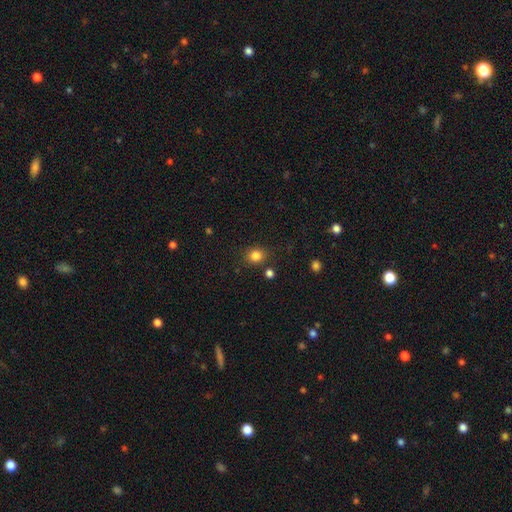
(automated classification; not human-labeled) Overall: smooth (83%). How rounded: round (75%). Merging: none (82%).